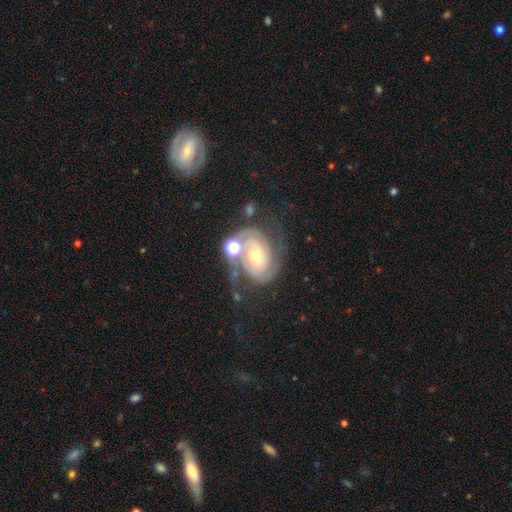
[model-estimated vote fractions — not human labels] smooth-or-featured: featured or disk: 84% | smooth: 9% | star or artifact: 7%
  disk-edge-on: no: 97% | yes: 3%
    bar: no: 59% | weak: 30% | strong: 11%
    has-spiral-arms: yes: 95% | no: 5%
      spiral-winding: tight: 51% | medium: 38% | loose: 11%
      spiral-arm-count: 2: 75% | can't tell: 11% | 3: 7% | 1: 3% | 4: 2% | more than 4: 2%
    bulge-size: moderate: 52% | small: 42% | large: 3% | none: 1% | dominant: 1%
  merging: none: 54% | minor disturbance: 18% | major disturbance: 15% | merger: 13%